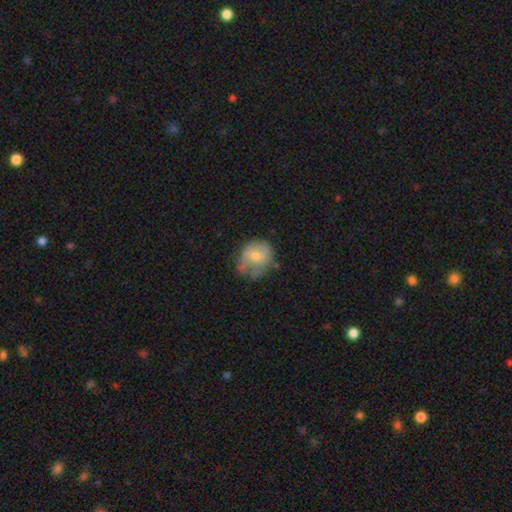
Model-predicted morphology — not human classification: Overall: smooth (47%; featured or disk 45%). Merging: none (40%; minor disturbance 36%).